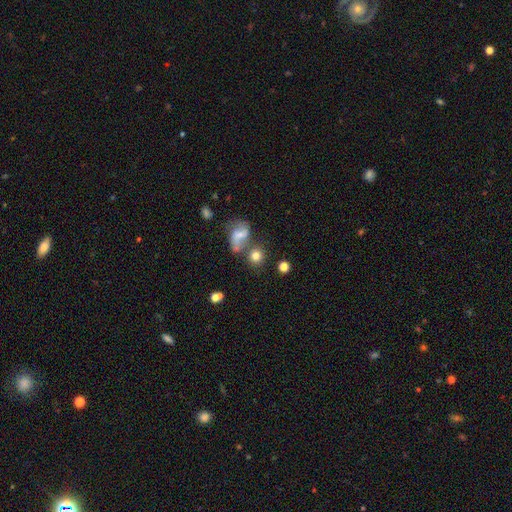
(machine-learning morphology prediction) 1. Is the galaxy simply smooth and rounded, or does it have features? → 73% smooth, 15% featured or disk, 12% star or artifact.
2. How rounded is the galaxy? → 86% round, 13% in between, 1% cigar-shaped.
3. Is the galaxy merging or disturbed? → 61% none, 22% merger, 11% minor disturbance, 6% major disturbance.